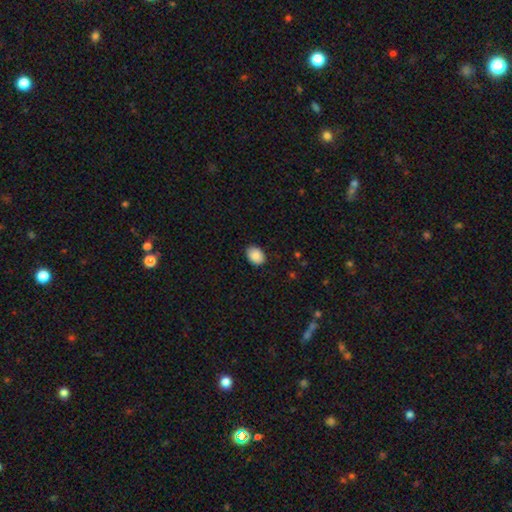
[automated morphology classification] type=smooth (88%); roundness=in between (69%); merging=none (86%).